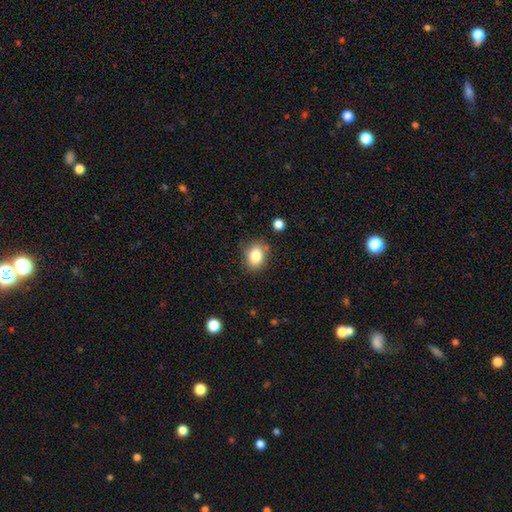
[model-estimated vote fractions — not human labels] This appears to be a smooth galaxy with no disk features (83%) that is in between round and cigar-shaped (62%). Merging: none (75%).